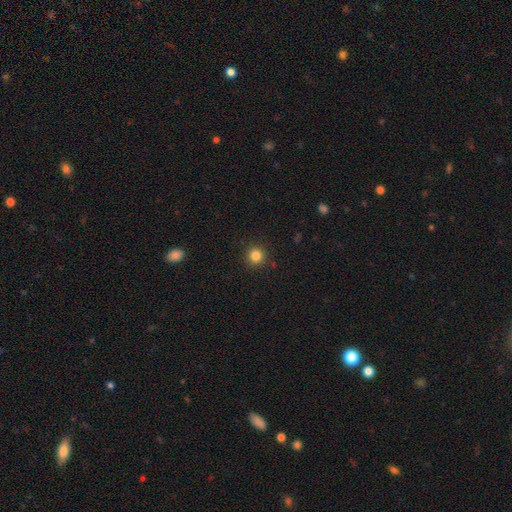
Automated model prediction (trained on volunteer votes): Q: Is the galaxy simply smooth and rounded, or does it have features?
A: smooth — 84%.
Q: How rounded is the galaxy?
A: round — 94%.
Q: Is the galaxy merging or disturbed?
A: none — 91%.